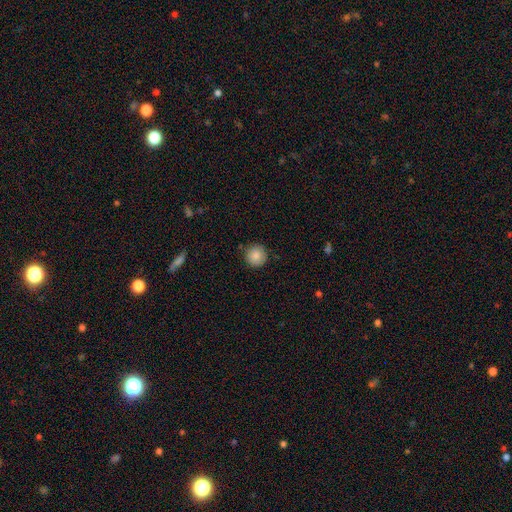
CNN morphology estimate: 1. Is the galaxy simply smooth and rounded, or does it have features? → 86% smooth, 9% star or artifact, 5% featured or disk.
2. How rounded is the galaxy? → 95% round, 4% in between, 1% cigar-shaped.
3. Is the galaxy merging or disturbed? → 89% none, 8% minor disturbance, 2% major disturbance, 1% merger.